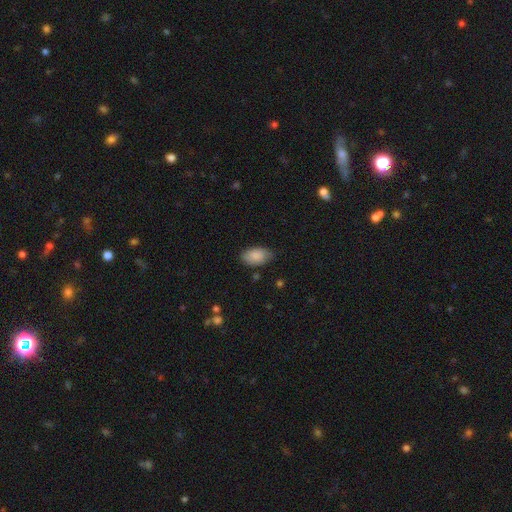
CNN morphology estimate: A smooth galaxy with no disk features (87%) that is in between round and cigar-shaped (93%). Merging: none (76%).